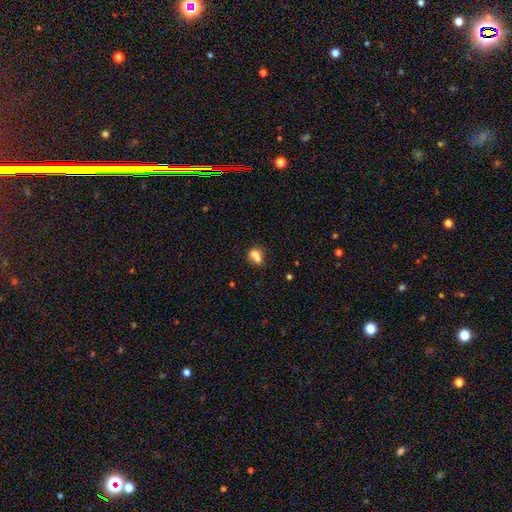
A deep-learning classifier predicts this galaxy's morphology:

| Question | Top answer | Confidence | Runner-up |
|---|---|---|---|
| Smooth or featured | smooth | 73% | featured or disk (15%) |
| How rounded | in between | 54% | round (44%) |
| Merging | merger | 48% | none (34%) |